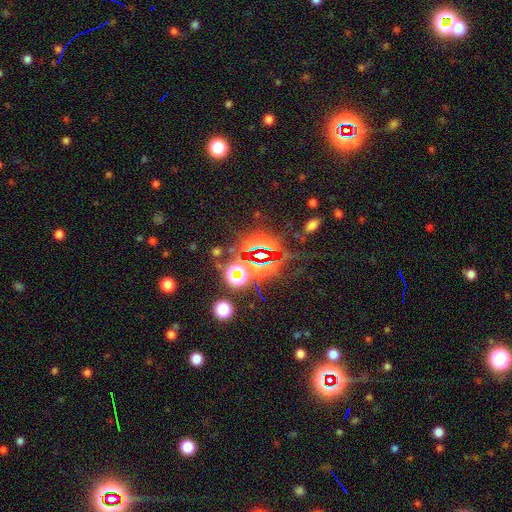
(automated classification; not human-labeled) Smooth or featured?
  - star or artifact: 80% *
  - smooth: 11%
  - featured or disk: 8%